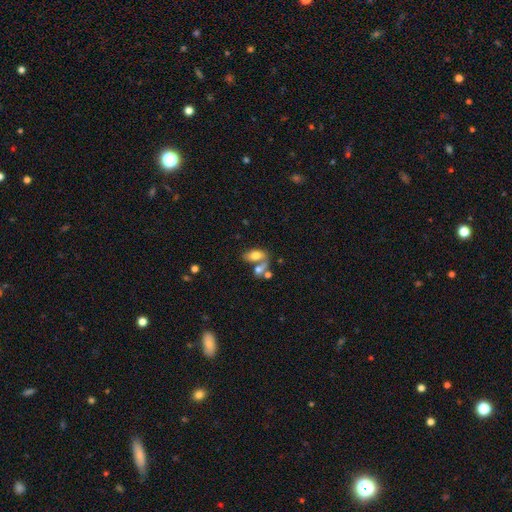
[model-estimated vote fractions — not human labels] Smooth or featured: smooth — 69% (featured or disk — 22%)
How rounded: in between — 88% (round — 7%)
Merging: merger — 47% (none — 32%)